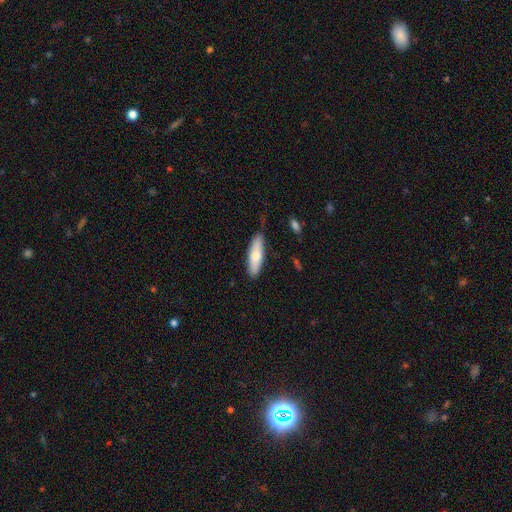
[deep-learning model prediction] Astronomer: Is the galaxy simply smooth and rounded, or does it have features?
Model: smooth — 71%.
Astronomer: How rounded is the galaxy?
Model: cigar-shaped — 57% (runner-up: in between, 41%).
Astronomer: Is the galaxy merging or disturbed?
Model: none — 82%.